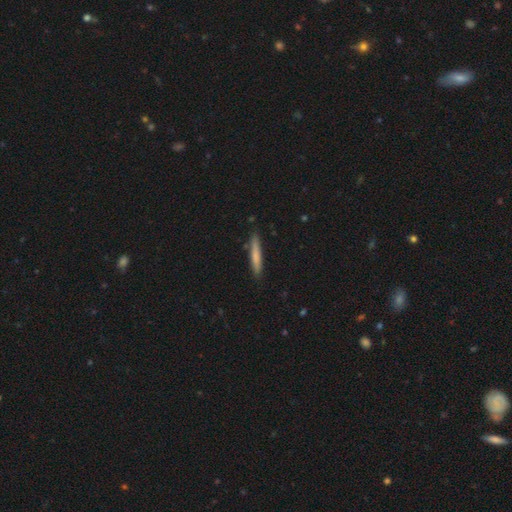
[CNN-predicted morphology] smooth 74%, featured or disk 20%, star or artifact 6%. Down the decision tree: how rounded — cigar-shaped (94%); merging — none (86%).